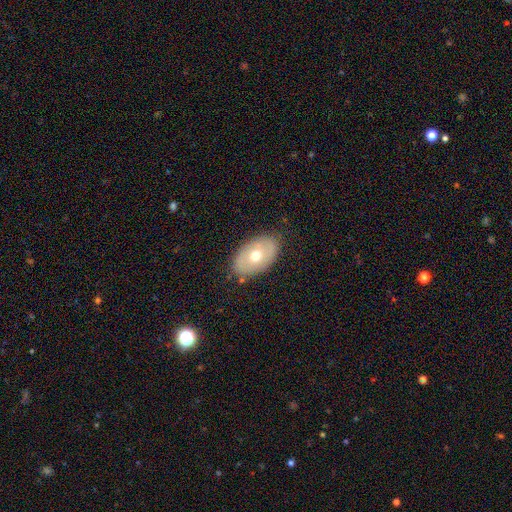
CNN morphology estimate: smooth_or_featured: smooth (p=0.55) [alt: featured or disk p=0.38]
how_rounded: in between (p=0.90) [alt: round p=0.09]
merging: none (p=0.82) [alt: minor disturbance p=0.13]